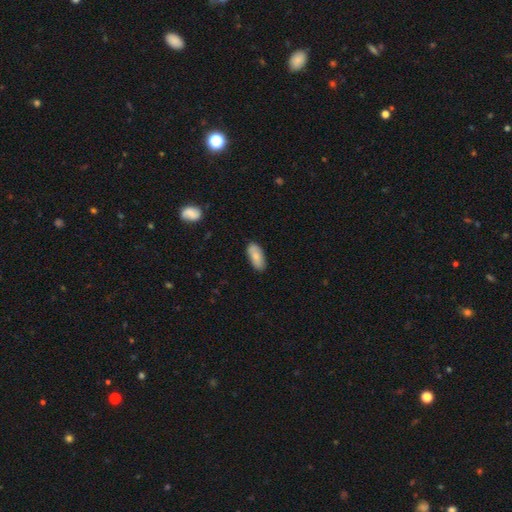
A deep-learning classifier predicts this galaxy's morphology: This is clearly a smooth galaxy (81%). How rounded: clearly in between (84%). Merging: clearly none (82%).